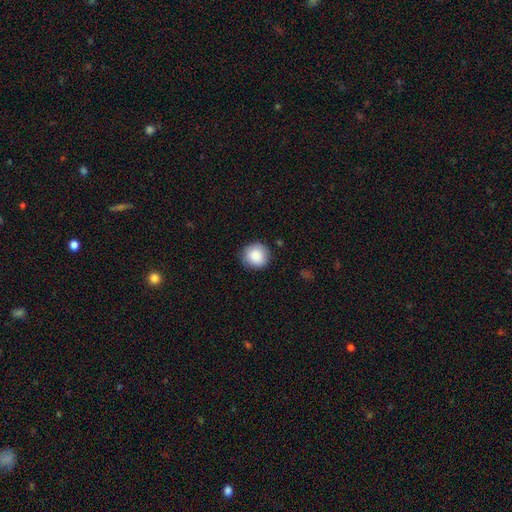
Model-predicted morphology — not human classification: Q: Smooth or featured?
A: smooth (87%); runner-up: star or artifact (8%)
Q: How rounded?
A: round (92%); runner-up: in between (7%)
Q: Merging?
A: none (85%); runner-up: minor disturbance (11%)